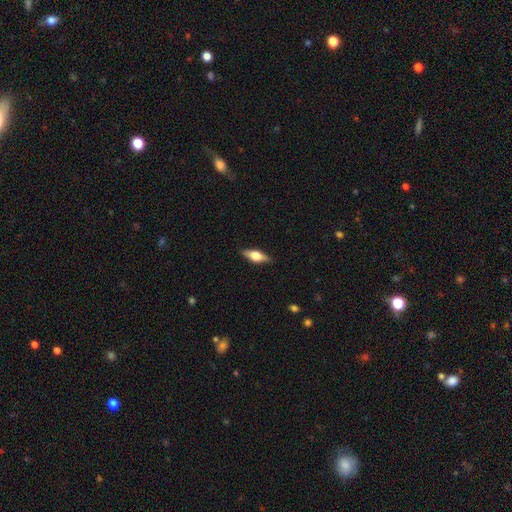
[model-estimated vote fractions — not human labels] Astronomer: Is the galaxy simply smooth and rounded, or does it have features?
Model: featured or disk — 48% (runner-up: smooth, 46%).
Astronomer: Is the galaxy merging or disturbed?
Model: none — 87%.